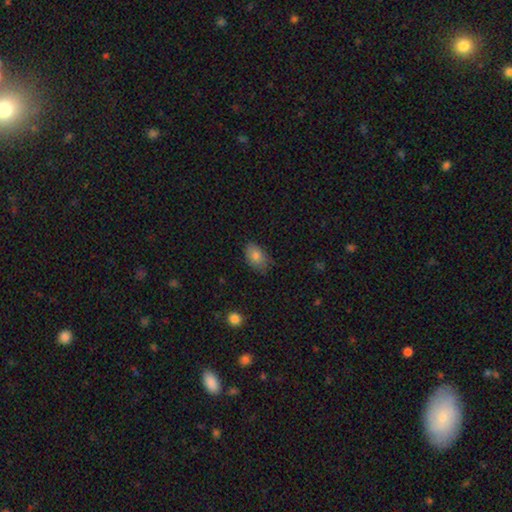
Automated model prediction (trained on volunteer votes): smooth-or-featured: smooth: 82% | featured or disk: 10% | star or artifact: 8%
  how-rounded: in between: 88% | round: 10% | cigar-shaped: 1%
  merging: none: 75% | minor disturbance: 20% | major disturbance: 3% | merger: 1%